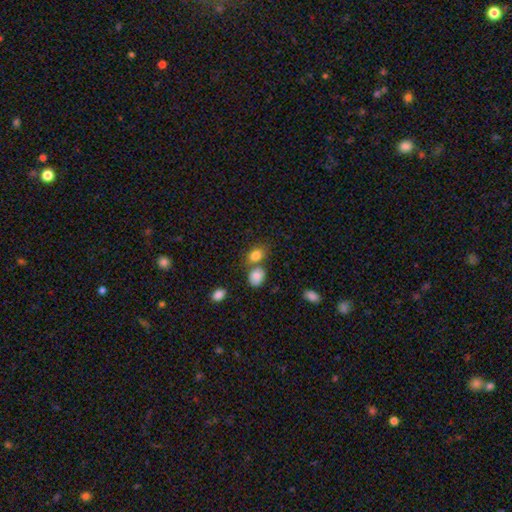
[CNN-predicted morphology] Smooth or featured: smooth — 83% (star or artifact — 10%)
How rounded: in between — 63% (round — 35%)
Merging: none — 50% (merger — 34%)